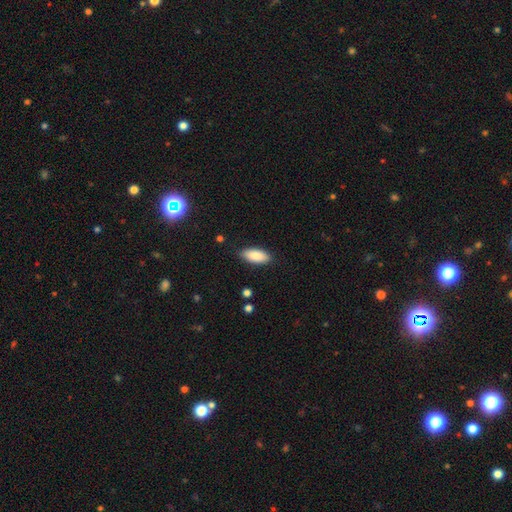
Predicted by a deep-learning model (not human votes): Smooth or featured?
  - smooth: 88% *
  - star or artifact: 6%
  - featured or disk: 6%
How rounded?
  - in between: 86% *
  - cigar-shaped: 12%
  - round: 2%
Merging?
  - none: 86% *
  - minor disturbance: 11%
  - major disturbance: 2%
  - merger: 1%